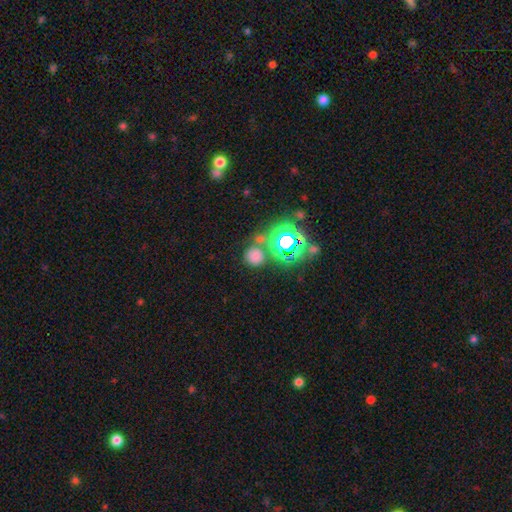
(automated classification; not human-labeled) Smooth or featured: smooth — 64% (star or artifact — 29%)
How rounded: round — 90% (in between — 9%)
Merging: none — 74% (merger — 14%)